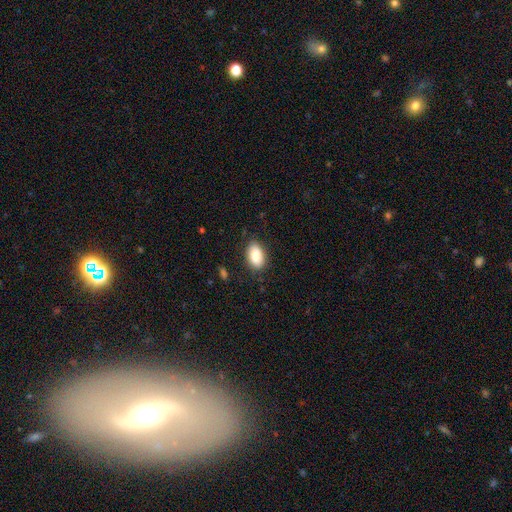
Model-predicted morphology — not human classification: smooth 87%, star or artifact 7%, featured or disk 6%. Down the decision tree: how rounded — in between (93%); merging — none (84%).